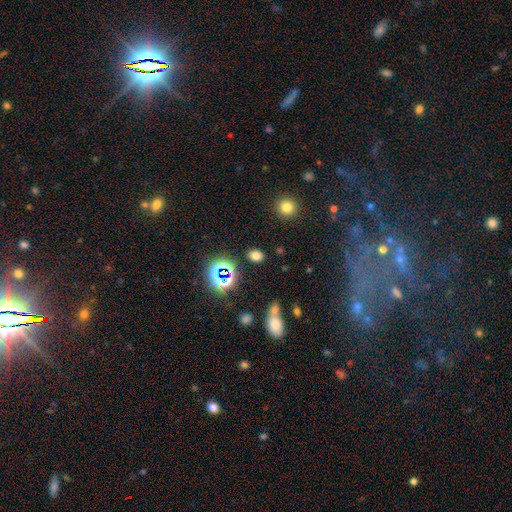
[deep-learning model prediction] The model was most divided on "how rounded": in between: 71%, round: 27%, cigar-shaped: 2%. More confident: merging — none (85%); smooth or featured — smooth (69%).